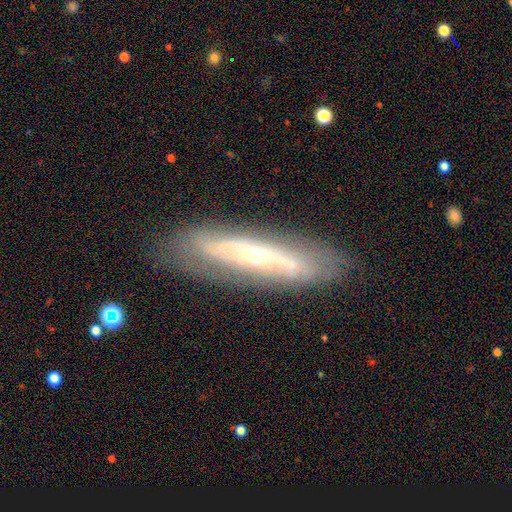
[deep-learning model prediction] The model was most divided on "edge-on disk": no: 61%, yes: 39%. More confident: merging — none (78%); smooth or featured — featured or disk (71%).